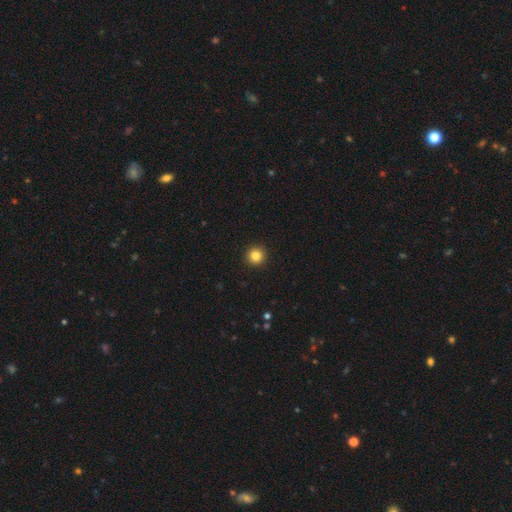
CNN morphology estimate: type=smooth (84%); roundness=round (96%); merging=none (93%).